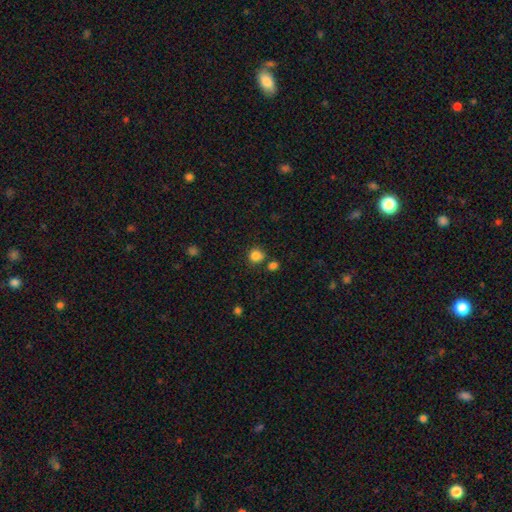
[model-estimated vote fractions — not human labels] Morphology: type=smooth (84%); roundness=round (90%); merging=none (76%).